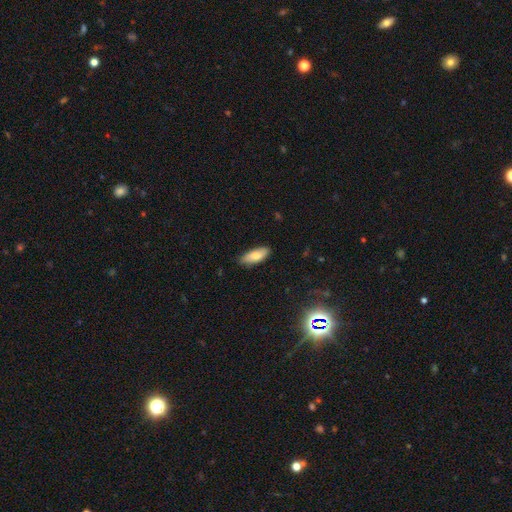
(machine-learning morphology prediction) smooth 78%, featured or disk 16%, star or artifact 7%. Down the decision tree: how rounded — in between (73%); merging — none (83%).